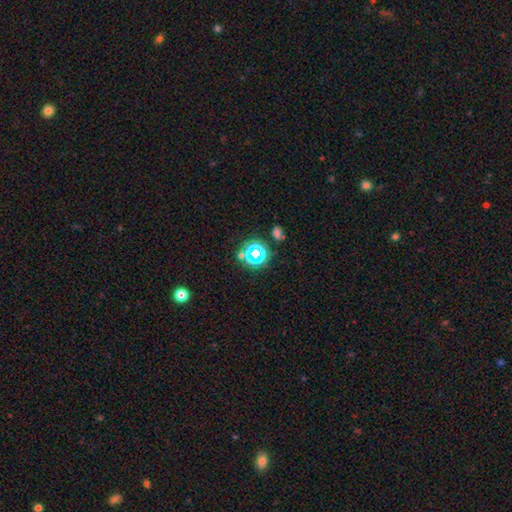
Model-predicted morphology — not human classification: Smooth or featured? star or artifact (59%)